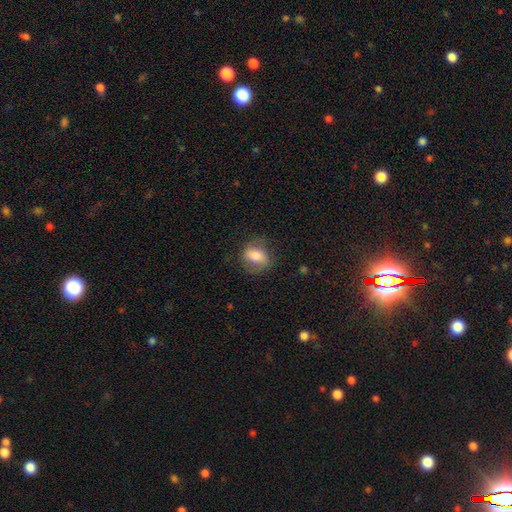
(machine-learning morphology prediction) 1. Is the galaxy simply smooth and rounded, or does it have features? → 59% smooth, 33% featured or disk, 8% star or artifact.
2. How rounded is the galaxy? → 55% in between, 43% round, 2% cigar-shaped.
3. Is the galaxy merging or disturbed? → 71% none, 19% minor disturbance, 9% major disturbance, 1% merger.